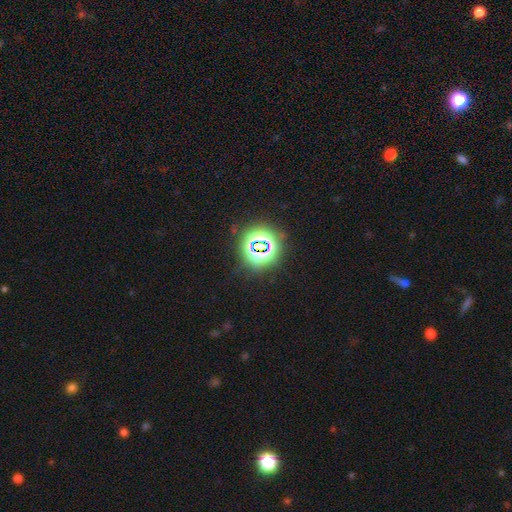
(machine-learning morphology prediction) Smooth or featured?
  - star or artifact: 72% *
  - smooth: 19%
  - featured or disk: 9%